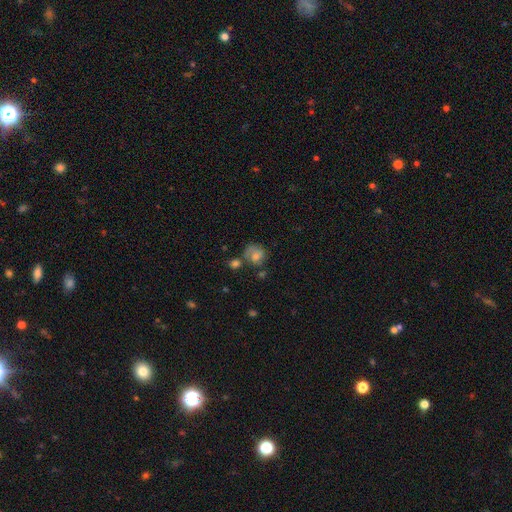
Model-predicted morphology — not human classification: This is likely a smooth galaxy (61%). How rounded: likely round (71%). Merging: possibly none (47%).